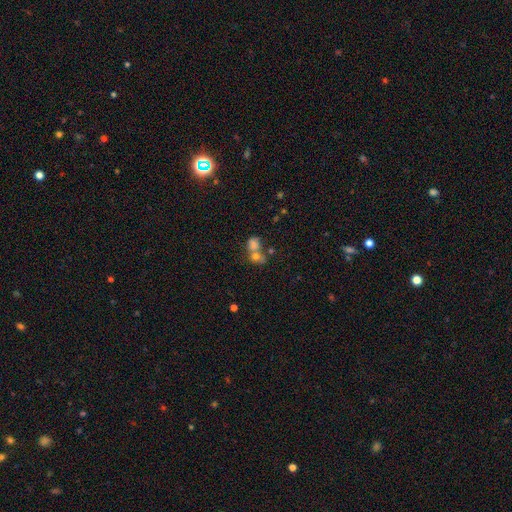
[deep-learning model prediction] Smooth or featured? Predicted: smooth (p=0.65). How rounded? Predicted: round (p=0.60). Merging? Predicted: merger (p=0.57).